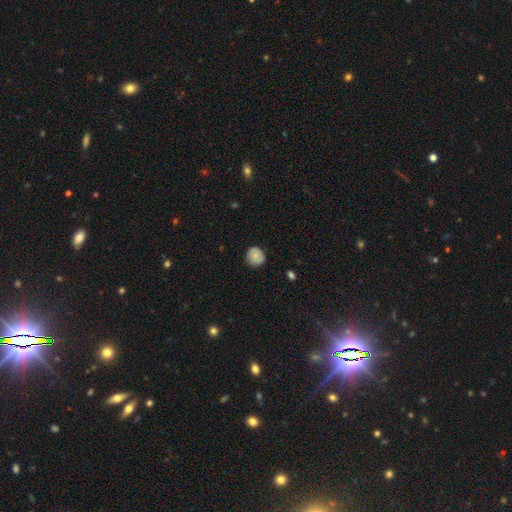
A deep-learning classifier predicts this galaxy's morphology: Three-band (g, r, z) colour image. It shows a smooth galaxy with no disk features (70%) that is round (85%). Merging: none (77%).